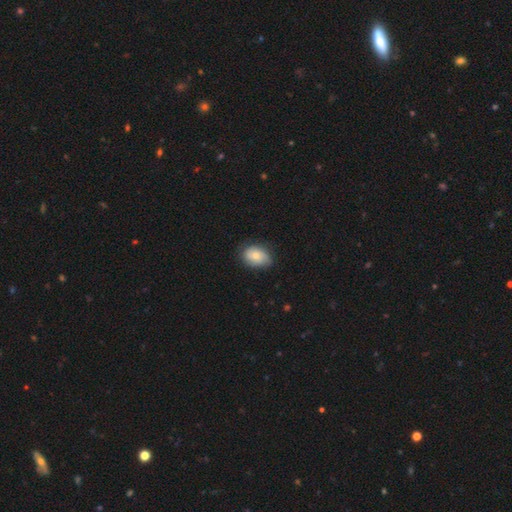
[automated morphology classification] This appears to be a smooth galaxy with no disk features (70%) that is in between round and cigar-shaped (70%). Merging: none (67%).